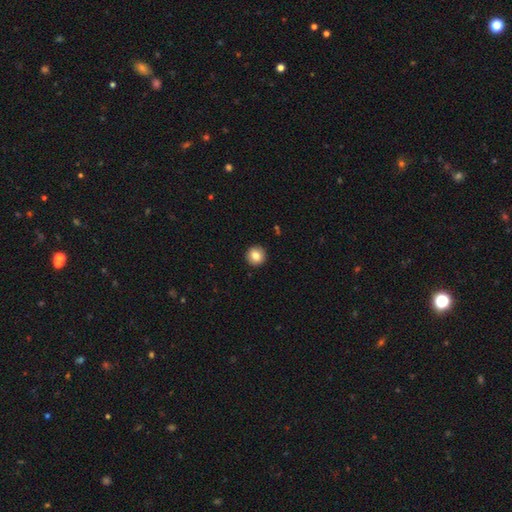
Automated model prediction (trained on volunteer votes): Smooth or featured: smooth — 82% (featured or disk — 9%)
How rounded: round — 95% (in between — 4%)
Merging: none — 93% (minor disturbance — 5%)